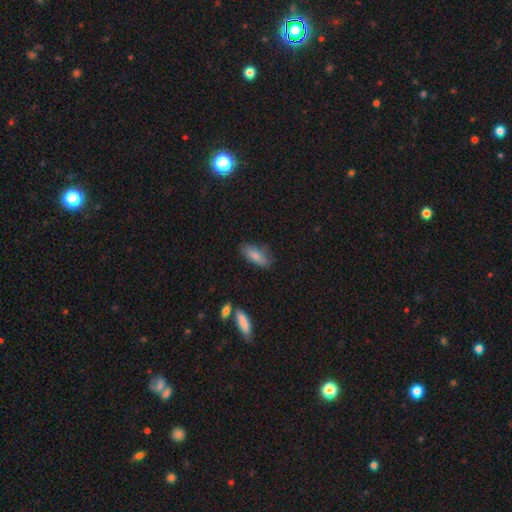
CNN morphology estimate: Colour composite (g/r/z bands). It shows a smooth galaxy with no disk features (78%) that is in between round and cigar-shaped (76%). Merging: none (68%).